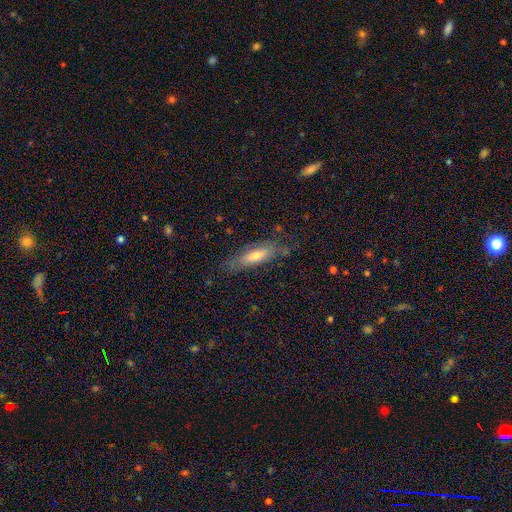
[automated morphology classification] Overall: smooth (54%; featured or disk 38%). How rounded: cigar-shaped (60%; in between 38%). Merging: none (72%).